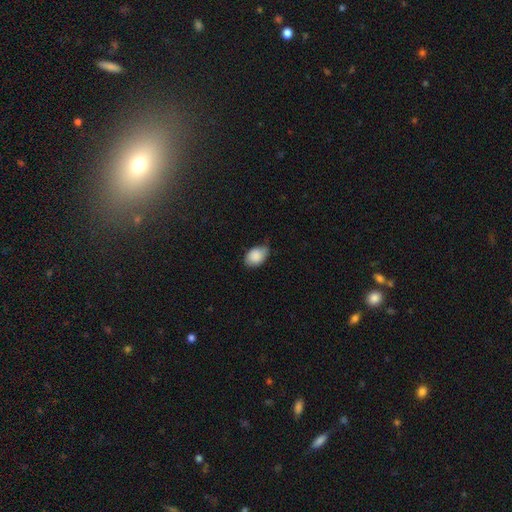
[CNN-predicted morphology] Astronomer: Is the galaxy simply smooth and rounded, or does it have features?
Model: smooth — 87%.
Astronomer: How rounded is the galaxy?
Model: in between — 83%.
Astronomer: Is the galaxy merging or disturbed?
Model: none — 60%.